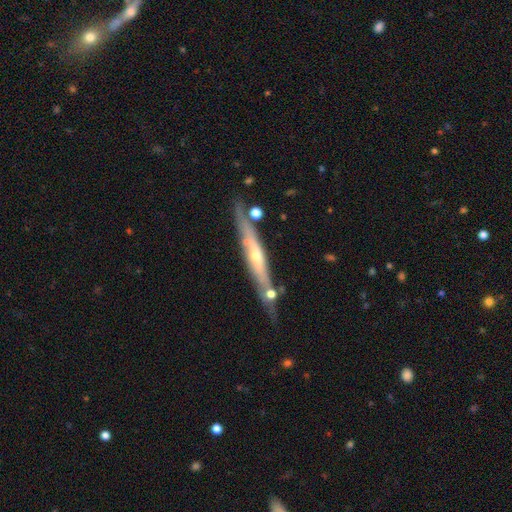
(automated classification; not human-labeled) A featured or disk galaxy (75%) viewed edge-on (83%) with a rounded central bulge (62%). Merging: none (68%).